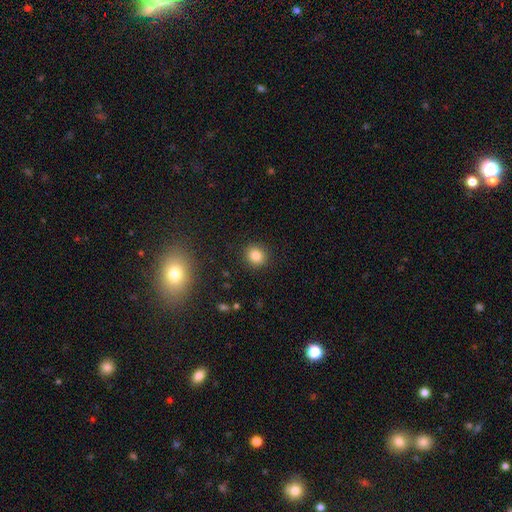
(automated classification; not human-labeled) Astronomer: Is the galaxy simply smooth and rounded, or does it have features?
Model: smooth — 84%.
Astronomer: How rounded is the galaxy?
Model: round — 80%.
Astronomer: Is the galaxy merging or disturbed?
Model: none — 90%.